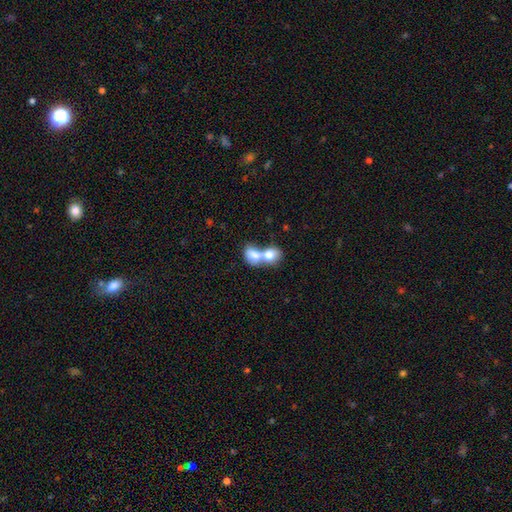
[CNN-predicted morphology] A smooth galaxy with no disk features (73%) that is in between round and cigar-shaped (63%). Merging: merger (81%).